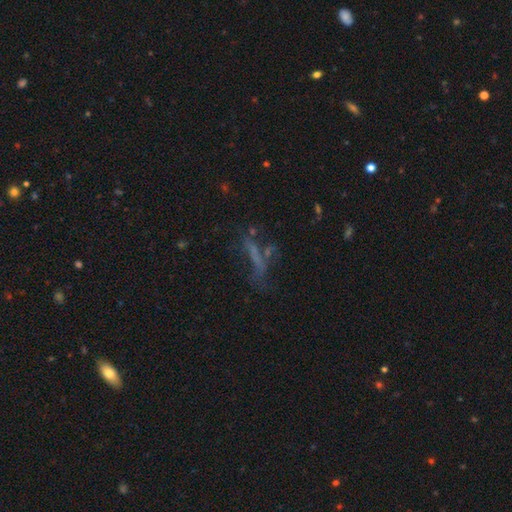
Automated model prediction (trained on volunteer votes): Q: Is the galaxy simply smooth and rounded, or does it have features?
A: smooth — 38%.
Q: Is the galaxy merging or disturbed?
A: none — 46%.